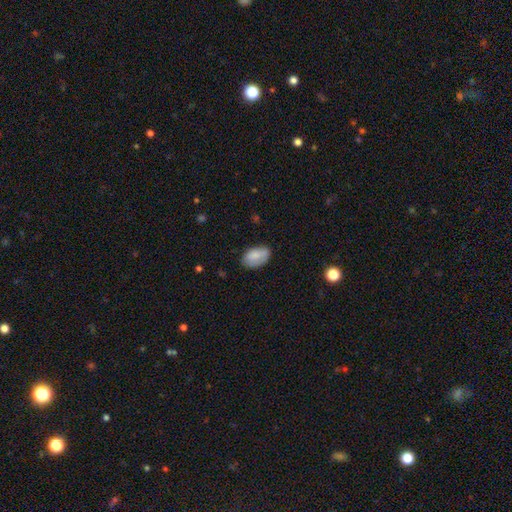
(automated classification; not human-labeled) Smooth or featured? smooth (80%)
How rounded? in between (92%)
Merging? none (70%)